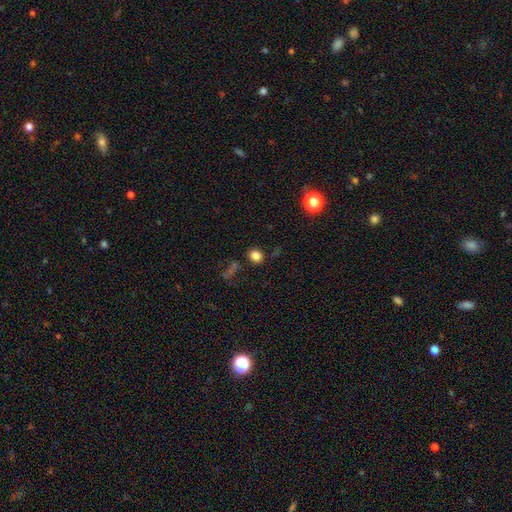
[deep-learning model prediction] A smooth galaxy with no disk features (81%) that is round (70%). Merging: none (82%).